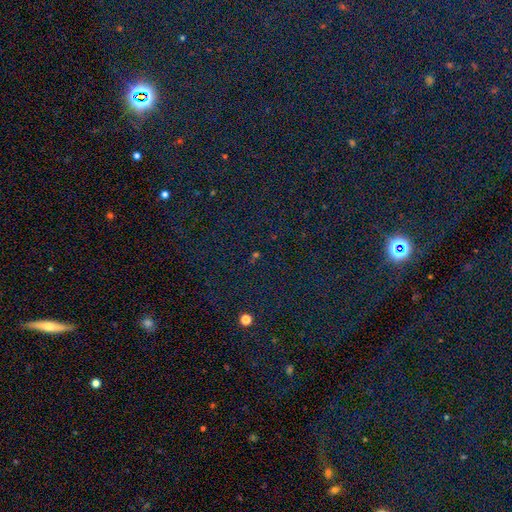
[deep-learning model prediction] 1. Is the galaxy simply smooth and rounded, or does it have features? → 73% star or artifact, 18% smooth, 8% featured or disk.